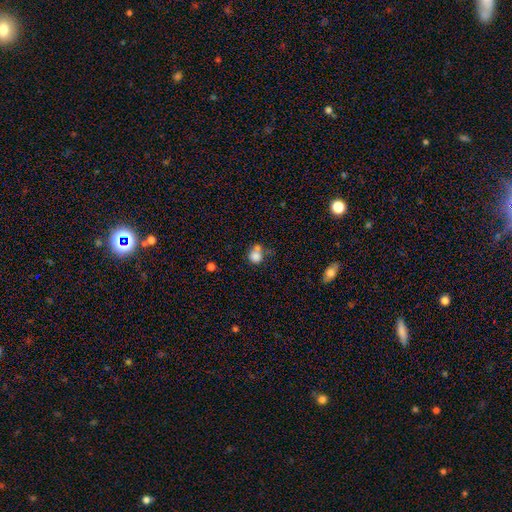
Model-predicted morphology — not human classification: Overall: smooth (80%). How rounded: round (75%). Merging: none (38%; merger 36%).